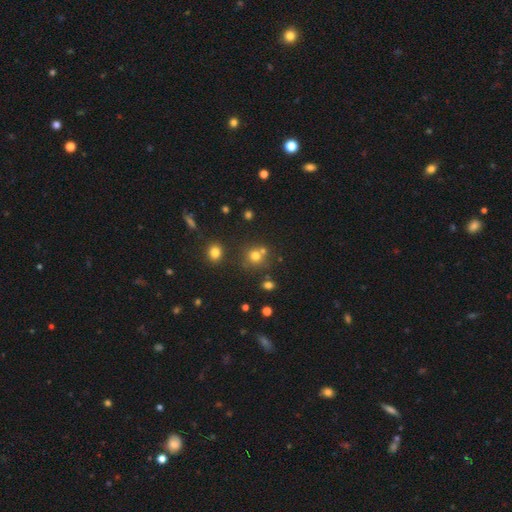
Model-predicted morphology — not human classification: A smooth galaxy with no disk features (70%) that is round (87%). Merging: none (63%).